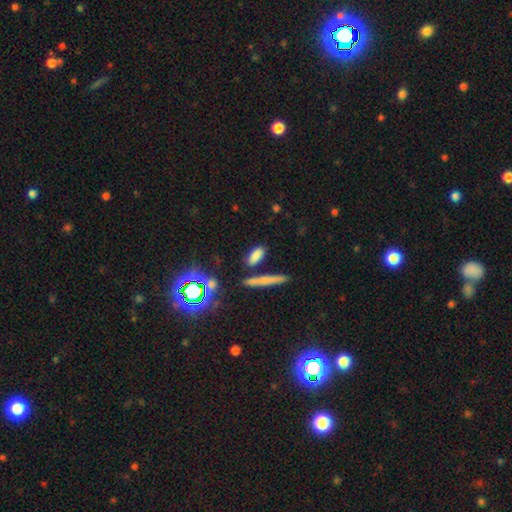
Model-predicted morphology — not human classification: smooth_or_featured: smooth (p=0.76) [alt: star or artifact p=0.14]
how_rounded: in between (p=0.65) [alt: cigar-shaped p=0.28]
merging: none (p=0.75) [alt: minor disturbance p=0.11]